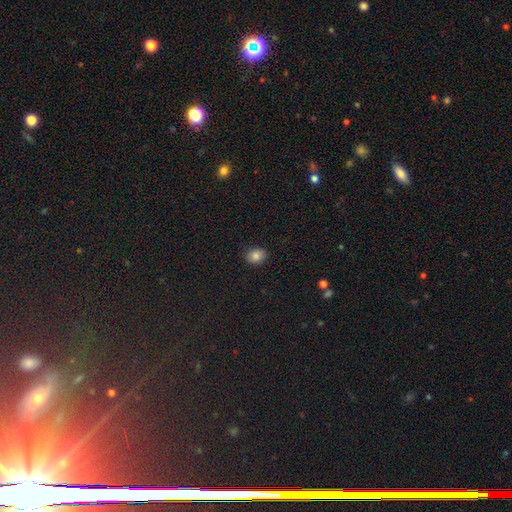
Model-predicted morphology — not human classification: Smooth or featured? Predicted: smooth (p=0.83). How rounded? Predicted: round (p=0.54). Merging? Predicted: none (p=0.86).